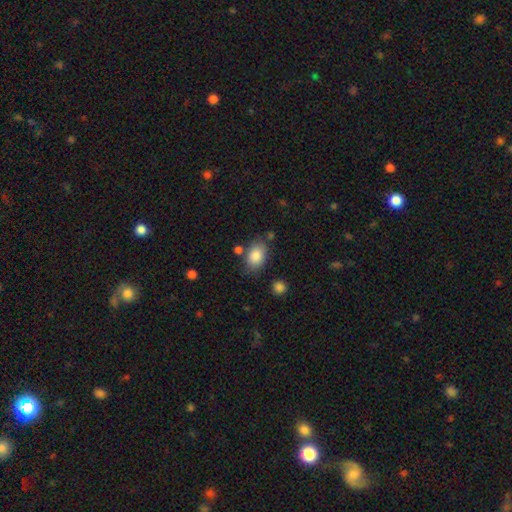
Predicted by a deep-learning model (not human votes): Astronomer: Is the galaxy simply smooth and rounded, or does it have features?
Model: smooth — 86%.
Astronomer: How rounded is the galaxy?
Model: in between — 80%.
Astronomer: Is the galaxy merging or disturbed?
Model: none — 72%.